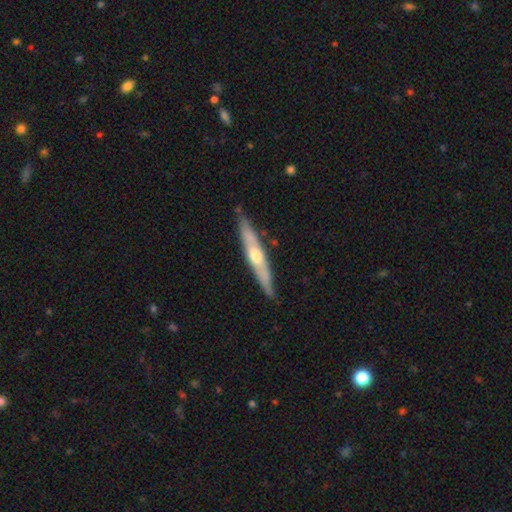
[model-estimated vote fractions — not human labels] A featured or disk galaxy (61%) viewed edge-on (88%) with a rounded central bulge (81%).

Vote fractions:
- Smooth or featured? featured or disk: 61% / smooth: 34% / star or artifact: 5%
- Edge-on disk? yes: 88% / no: 12%
- Edge-on bulge? rounded: 81% / none: 15% / boxy: 4%
- Merging? none: 84% / minor disturbance: 13% / major disturbance: 2% / merger: 2%